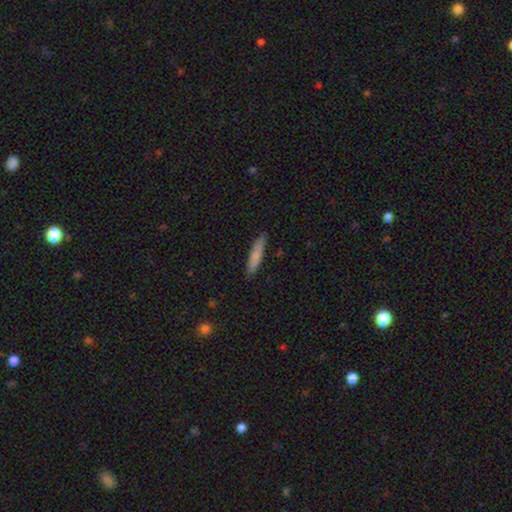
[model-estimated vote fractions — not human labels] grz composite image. It shows a smooth galaxy with no disk features (80%) that is cigar-shaped (87%). Merging: none (86%).